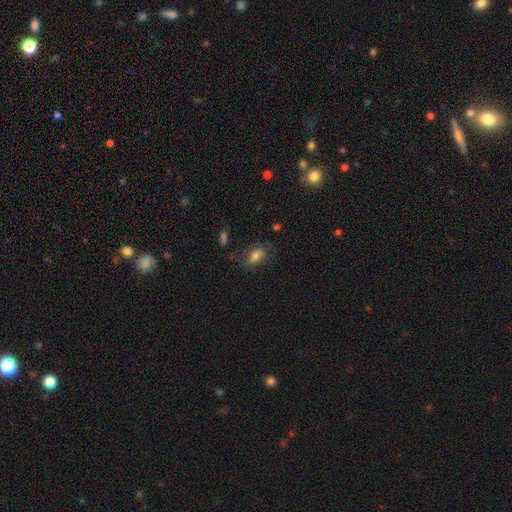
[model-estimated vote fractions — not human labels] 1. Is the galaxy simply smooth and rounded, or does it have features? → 76% smooth, 13% featured or disk, 11% star or artifact.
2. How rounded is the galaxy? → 85% in between, 8% round, 7% cigar-shaped.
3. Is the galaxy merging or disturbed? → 65% none, 22% minor disturbance, 10% major disturbance, 3% merger.